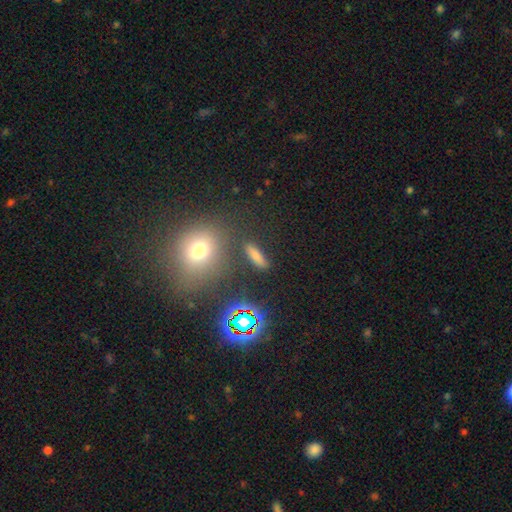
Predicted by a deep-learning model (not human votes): A smooth galaxy with no disk features (72%) that is cigar-shaped (58%).

Vote fractions:
- Smooth or featured? smooth: 72% / star or artifact: 18% / featured or disk: 10%
- How rounded? cigar-shaped: 58% / in between: 35% / round: 8%
- Merging? none: 83% / minor disturbance: 9% / merger: 4% / major disturbance: 4%